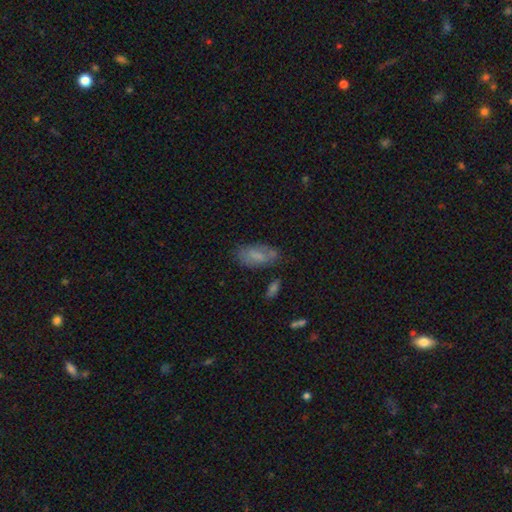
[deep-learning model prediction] This appears to be a smooth galaxy with no disk features (70%) that is in between round and cigar-shaped (89%). Merging: none (59%).